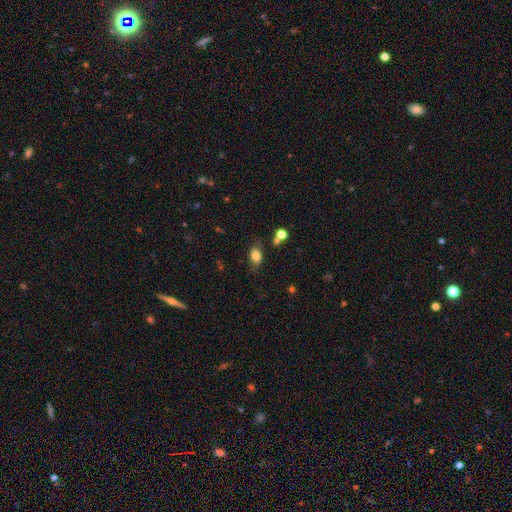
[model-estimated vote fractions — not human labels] Smooth or featured: smooth — 78% (featured or disk — 12%)
How rounded: in between — 79% (round — 19%)
Merging: none — 69% (minor disturbance — 20%)